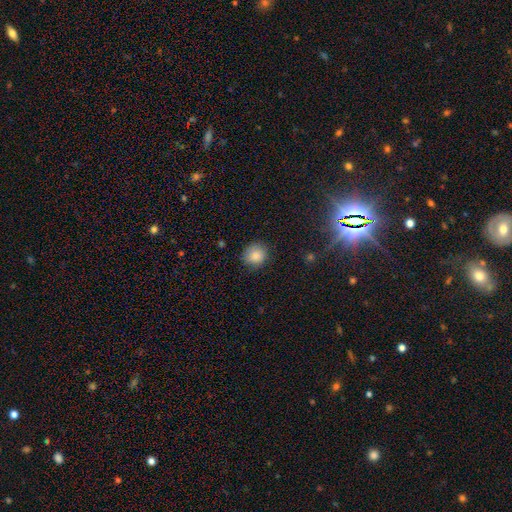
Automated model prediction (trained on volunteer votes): This appears to be a smooth galaxy with no disk features (85%) that is round (85%). Merging: none (82%).